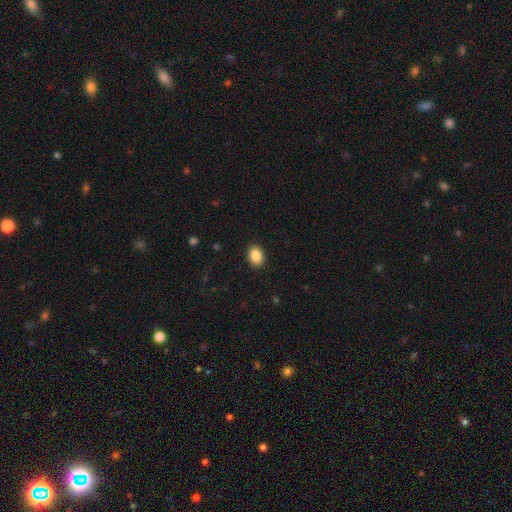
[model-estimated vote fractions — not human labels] Overall: smooth (88%). How rounded: in between (71%). Merging: none (90%).